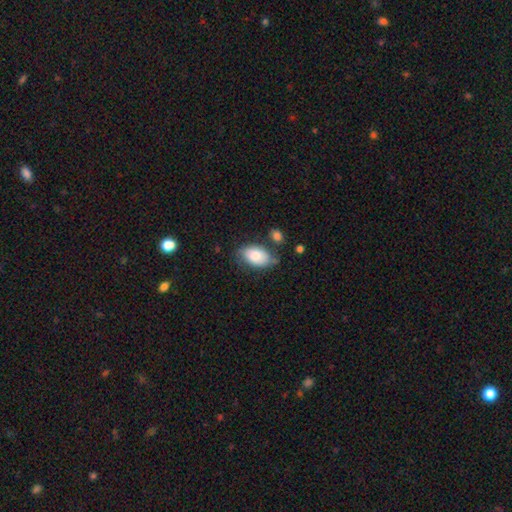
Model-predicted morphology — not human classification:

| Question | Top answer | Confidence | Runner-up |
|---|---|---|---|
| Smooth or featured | smooth | 78% | featured or disk (16%) |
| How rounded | in between | 92% | round (6%) |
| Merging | none | 59% | minor disturbance (27%) |